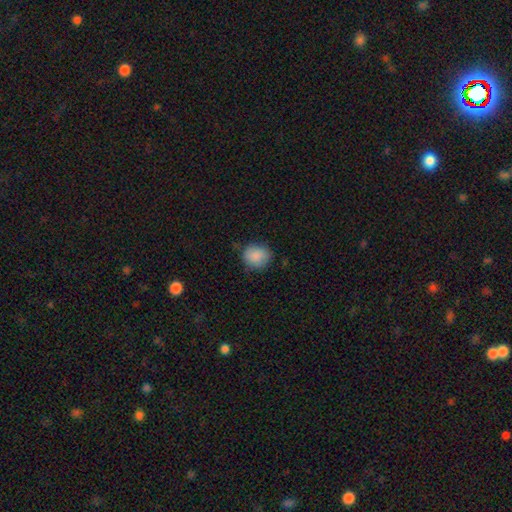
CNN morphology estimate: Smooth or featured? Predicted: smooth (p=0.87). How rounded? Predicted: round (p=0.75). Merging? Predicted: none (p=0.77).